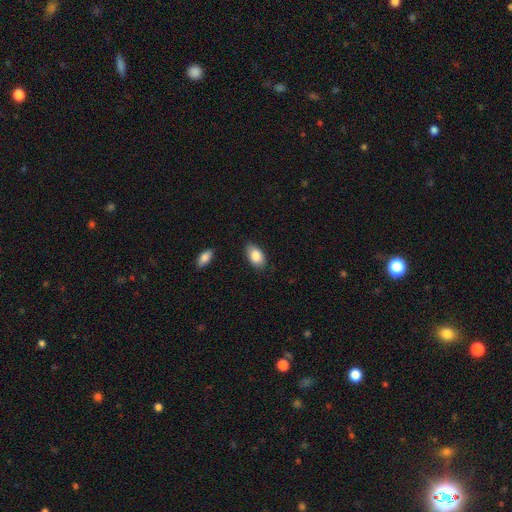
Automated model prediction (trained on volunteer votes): Smooth or featured? Predicted: smooth (p=0.86). How rounded? Predicted: in between (p=0.93). Merging? Predicted: none (p=0.82).